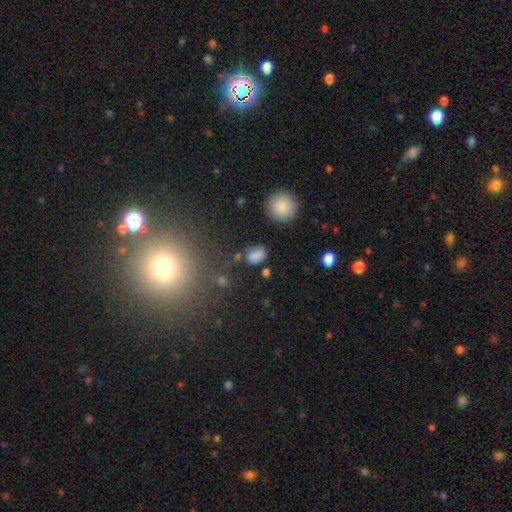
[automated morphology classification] smooth-or-featured: smooth: 78% | star or artifact: 13% | featured or disk: 9%
  how-rounded: in between: 78% | round: 20% | cigar-shaped: 2%
  merging: none: 67% | minor disturbance: 19% | major disturbance: 7% | merger: 6%